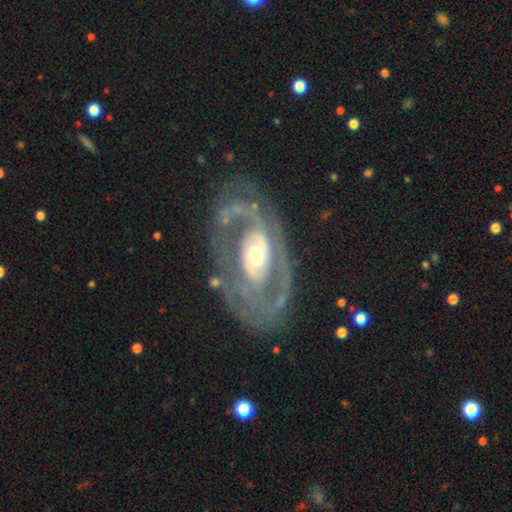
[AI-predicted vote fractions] A featured or disk galaxy (86%) with no bar (54%), 2 (65%) tight (43%) spiral arms (81%) and a moderate central bulge (63%). Merging: none (69%).